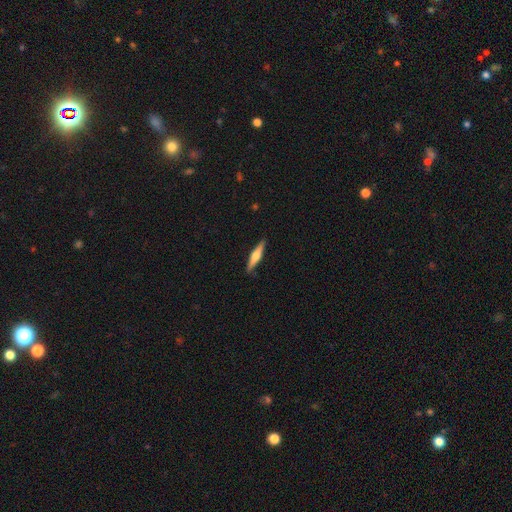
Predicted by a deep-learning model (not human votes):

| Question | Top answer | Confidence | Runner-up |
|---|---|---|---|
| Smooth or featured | featured or disk | 56% | smooth (38%) |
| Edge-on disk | yes | 97% | no (3%) |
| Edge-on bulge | rounded | 86% | boxy (9%) |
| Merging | none | 89% | minor disturbance (8%) |